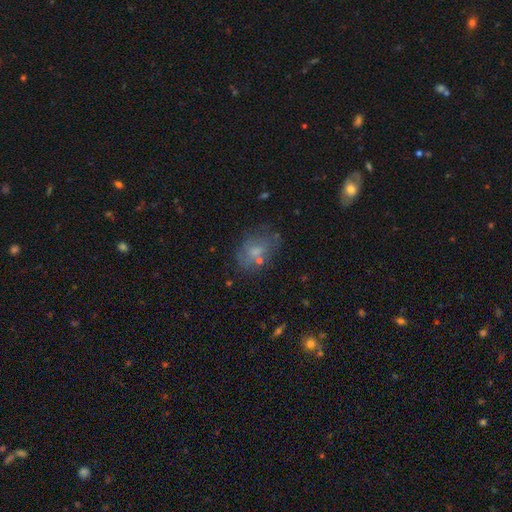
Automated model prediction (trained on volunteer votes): A smooth galaxy with no disk features (58%) that is in between round and cigar-shaped (74%).

Vote fractions:
- Smooth or featured? smooth: 58% / featured or disk: 28% / star or artifact: 15%
- How rounded? in between: 74% / round: 24% / cigar-shaped: 2%
- Merging? none: 57% / minor disturbance: 21% / major disturbance: 12% / merger: 10%